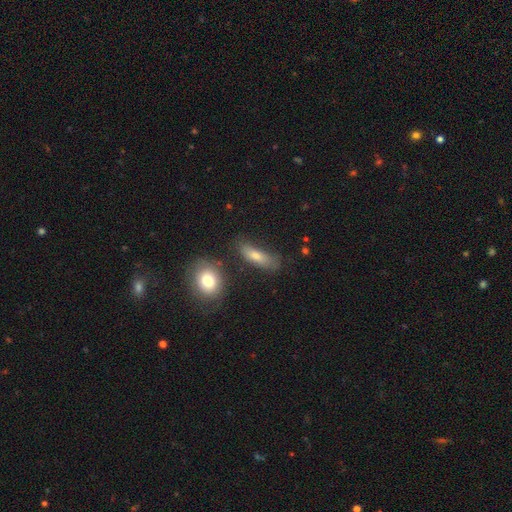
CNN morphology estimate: smooth-or-featured: smooth: 66% | featured or disk: 23% | star or artifact: 11%
  how-rounded: in between: 55% | cigar-shaped: 39% | round: 6%
  merging: none: 64% | minor disturbance: 21% | major disturbance: 8% | merger: 7%